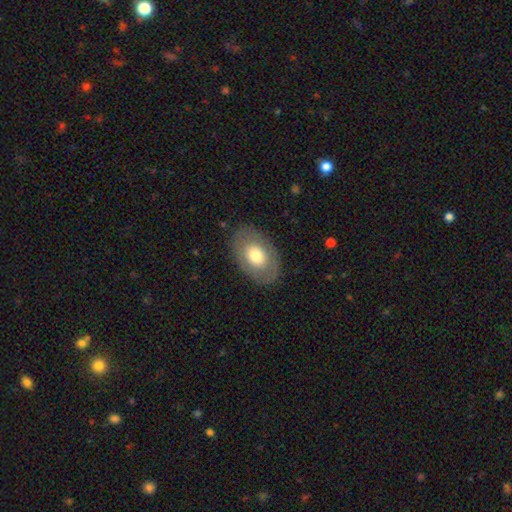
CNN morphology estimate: Smooth or featured? smooth (65%)
How rounded? in between (86%)
Merging? none (84%)